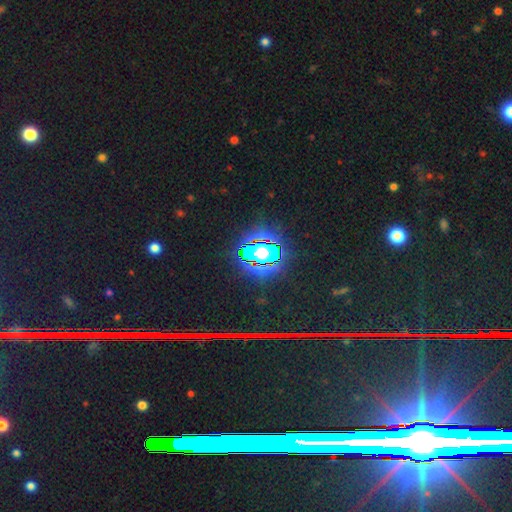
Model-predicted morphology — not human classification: smooth-or-featured: star or artifact: 84% | smooth: 8% | featured or disk: 8%